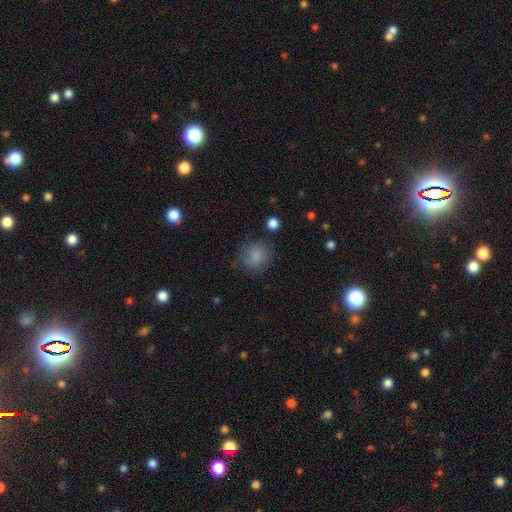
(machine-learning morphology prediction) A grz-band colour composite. It shows a smooth galaxy with no disk features (79%) that is round (79%). Merging: none (71%).